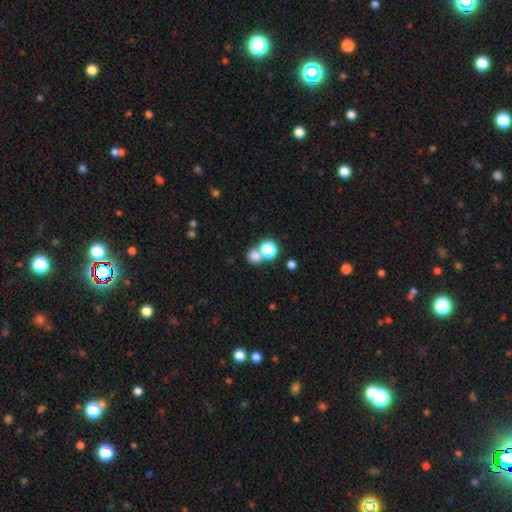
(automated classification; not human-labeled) A smooth galaxy with no disk features (74%) that is round (82%).

Vote fractions:
- Smooth or featured? smooth: 74% / star or artifact: 19% / featured or disk: 7%
- How rounded? round: 82% / in between: 17% / cigar-shaped: 1%
- Merging? none: 53% / merger: 36% / minor disturbance: 7% / major disturbance: 4%